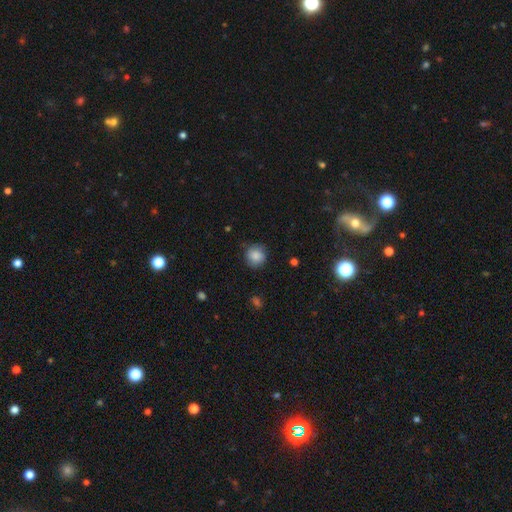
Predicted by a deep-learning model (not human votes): A smooth galaxy with no disk features (82%) that is round (88%).

Vote fractions:
- Smooth or featured? smooth: 82% / featured or disk: 9% / star or artifact: 9%
- How rounded? round: 88% / in between: 11% / cigar-shaped: 1%
- Merging? none: 76% / minor disturbance: 19% / major disturbance: 4% / merger: 1%